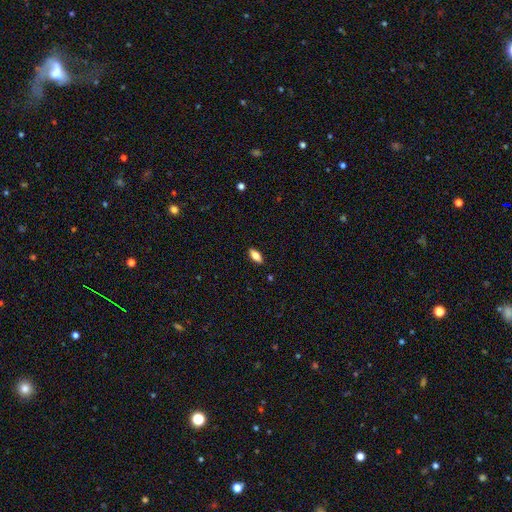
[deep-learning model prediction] This is likely a smooth galaxy (76%). How rounded: clearly in between (82%). Merging: clearly none (88%).